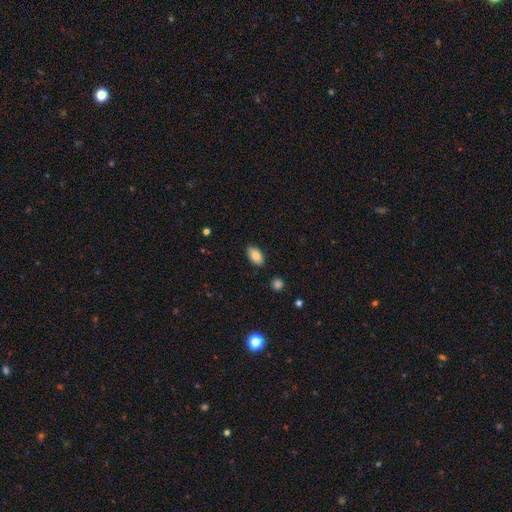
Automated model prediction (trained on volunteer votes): Smooth or featured?
  - smooth: 85% *
  - star or artifact: 8%
  - featured or disk: 7%
How rounded?
  - in between: 93% *
  - round: 5%
  - cigar-shaped: 2%
Merging?
  - none: 85% *
  - minor disturbance: 11%
  - major disturbance: 2%
  - merger: 2%